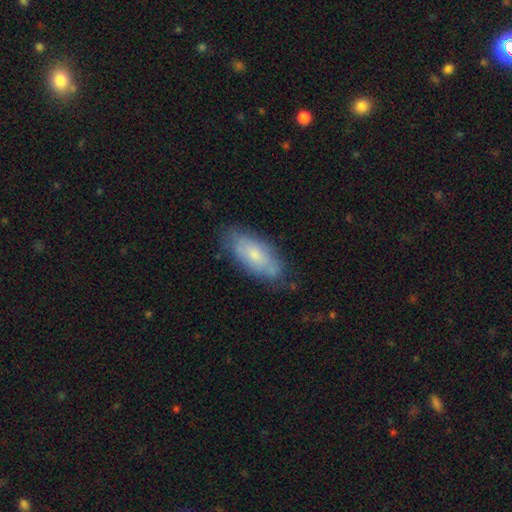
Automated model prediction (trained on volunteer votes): A smooth galaxy with no disk features (67%) that is in between round and cigar-shaped (86%).

Vote fractions:
- Smooth or featured? smooth: 67% / featured or disk: 27% / star or artifact: 6%
- How rounded? in between: 86% / cigar-shaped: 11% / round: 2%
- Merging? none: 72% / minor disturbance: 20% / major disturbance: 5% / merger: 2%